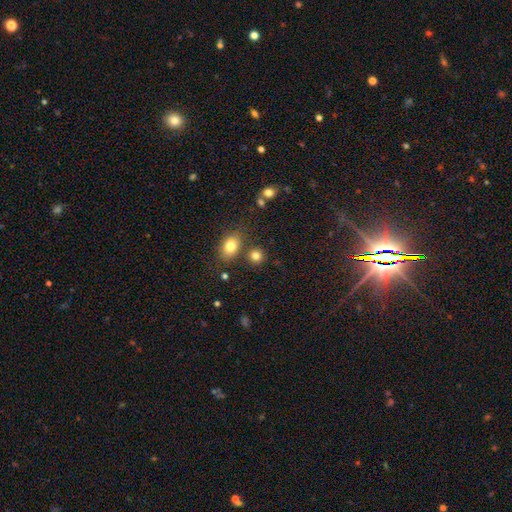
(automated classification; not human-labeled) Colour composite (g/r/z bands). It shows a smooth galaxy with no disk features (82%) that is round (79%). Merging: none (77%).